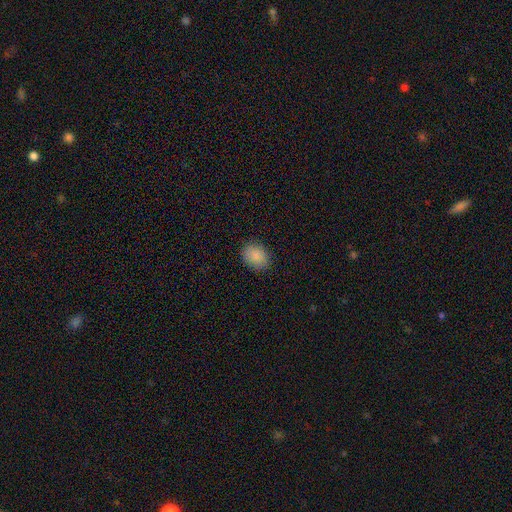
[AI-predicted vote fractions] This is clearly a smooth galaxy (88%). How rounded: possibly in between (60%). Merging: clearly none (87%).